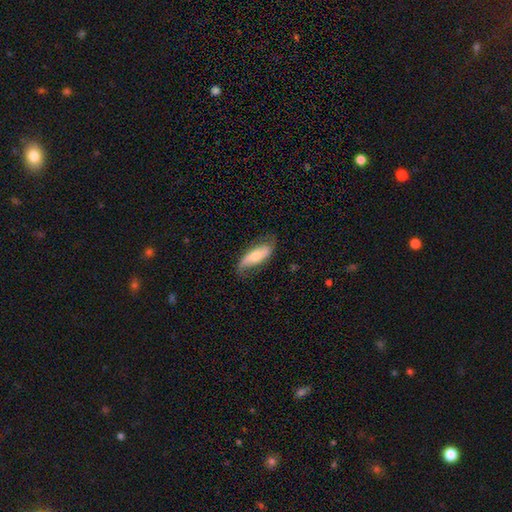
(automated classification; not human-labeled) smooth-or-featured: featured or disk: 47% (tied) | smooth: 47% (tied) | star or artifact: 6%
  merging: none: 64% | minor disturbance: 26% | major disturbance: 9% | merger: 2%